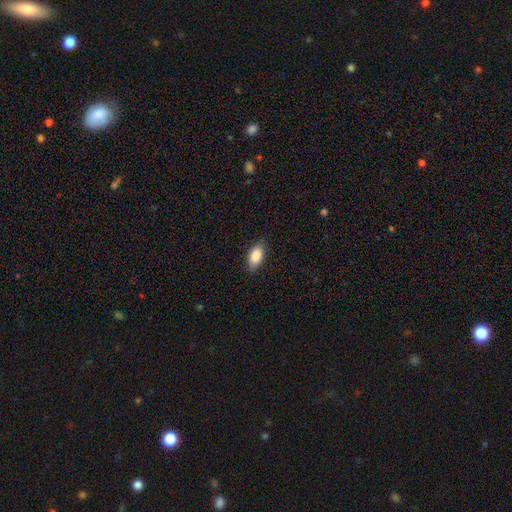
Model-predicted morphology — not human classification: smooth 87%, star or artifact 7%, featured or disk 6%. Down the decision tree: how rounded — in between (90%); merging — none (83%).